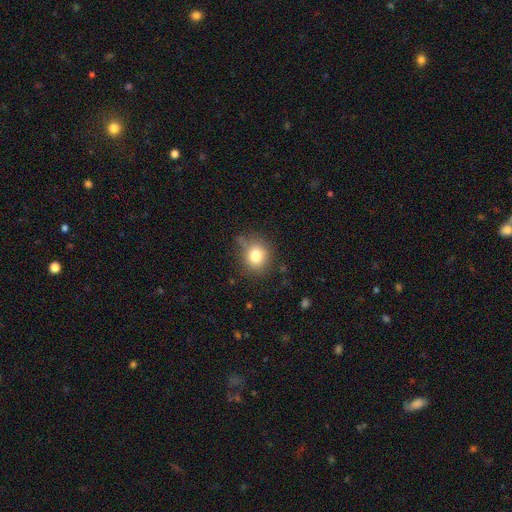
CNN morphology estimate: Smooth or featured?
  - smooth: 79% *
  - star or artifact: 12%
  - featured or disk: 9%
How rounded?
  - round: 79% *
  - in between: 21%
  - cigar-shaped: 1%
Merging?
  - none: 73% *
  - minor disturbance: 18%
  - major disturbance: 5%
  - merger: 3%